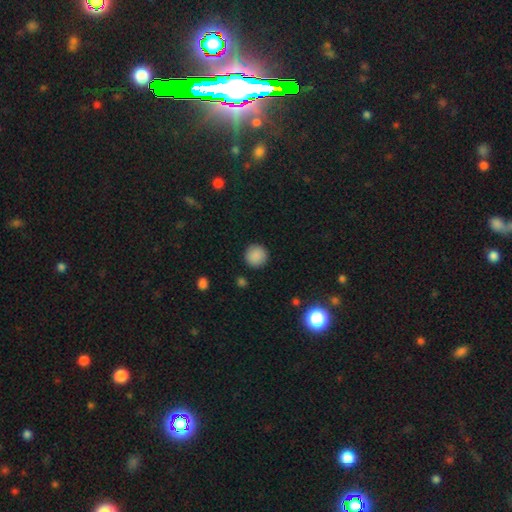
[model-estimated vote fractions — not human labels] Smooth or featured? smooth (88%)
How rounded? round (95%)
Merging? none (91%)